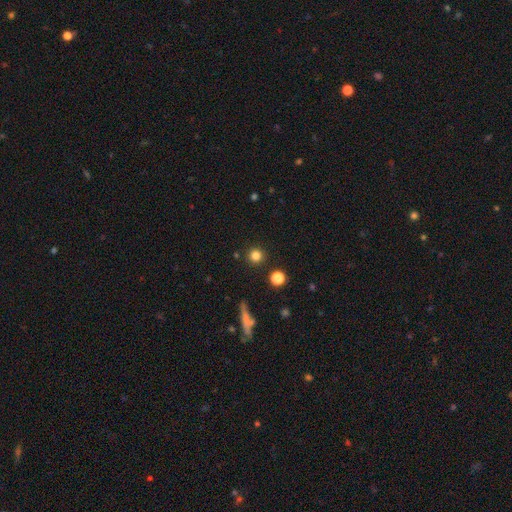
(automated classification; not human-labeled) Overall: smooth (80%). How rounded: round (94%). Merging: none (90%).